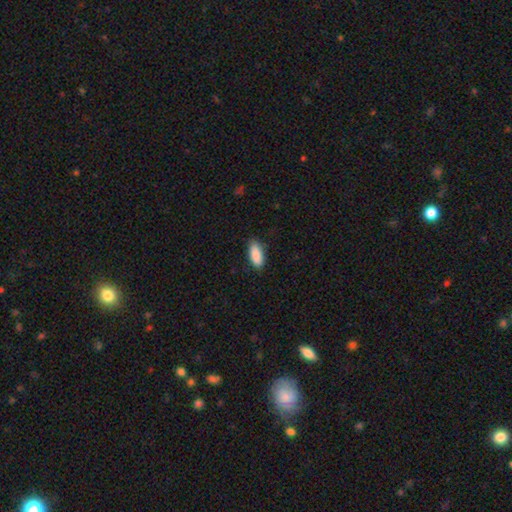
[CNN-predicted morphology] Smooth or featured?
  - smooth: 90% *
  - star or artifact: 6%
  - featured or disk: 4%
How rounded?
  - in between: 84% *
  - cigar-shaped: 15%
  - round: 2%
Merging?
  - none: 84% *
  - minor disturbance: 13%
  - major disturbance: 2%
  - merger: 1%